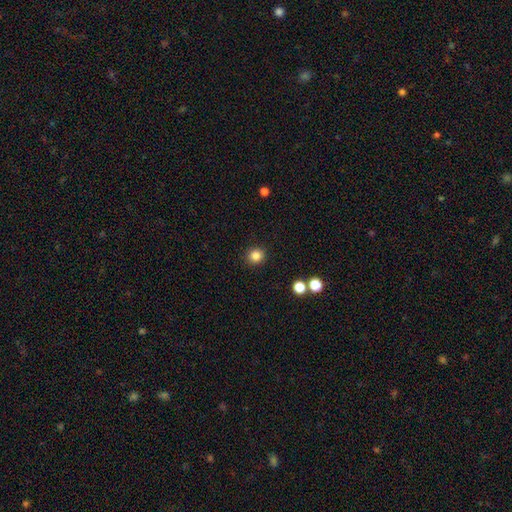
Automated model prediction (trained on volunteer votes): A smooth galaxy with no disk features (84%) that is round (90%).

Vote fractions:
- Smooth or featured? smooth: 84% / star or artifact: 12% / featured or disk: 4%
- How rounded? round: 90% / in between: 9% / cigar-shaped: 1%
- Merging? none: 92% / minor disturbance: 5% / major disturbance: 2% / merger: 1%